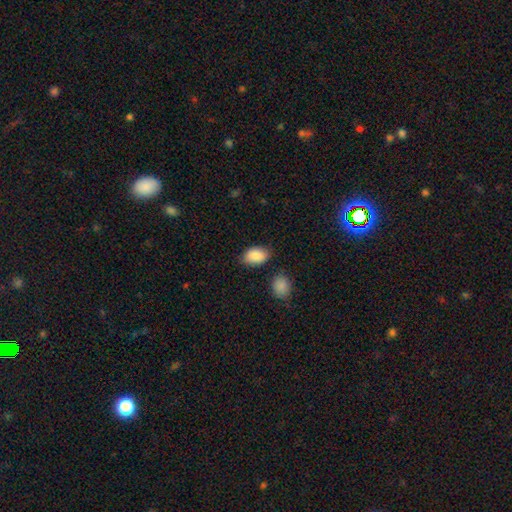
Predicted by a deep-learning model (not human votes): This appears to be a smooth galaxy with no disk features (89%) that is in between round and cigar-shaped (88%). Merging: none (76%).